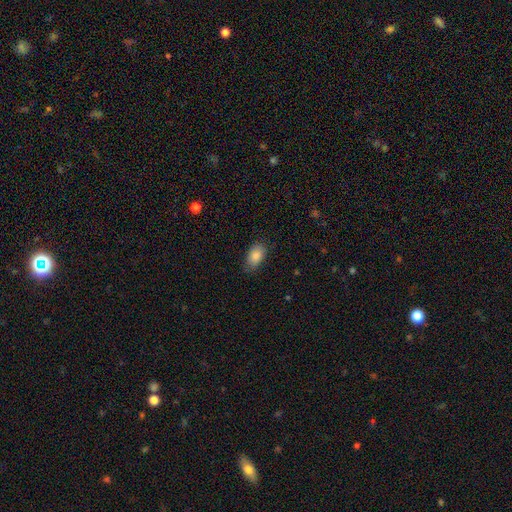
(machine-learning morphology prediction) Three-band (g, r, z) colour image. It shows a smooth galaxy with no disk features (86%) that is in between round and cigar-shaped (92%). Merging: none (79%).